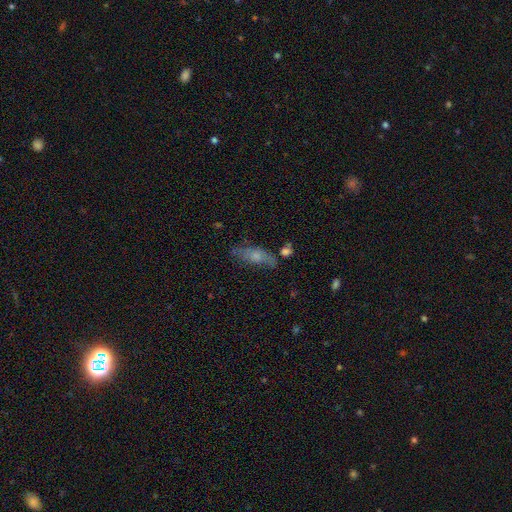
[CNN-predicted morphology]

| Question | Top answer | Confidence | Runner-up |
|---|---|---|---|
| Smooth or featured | smooth | 58% | featured or disk (32%) |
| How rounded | in between | 60% | cigar-shaped (36%) |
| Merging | none | 55% | minor disturbance (26%) |